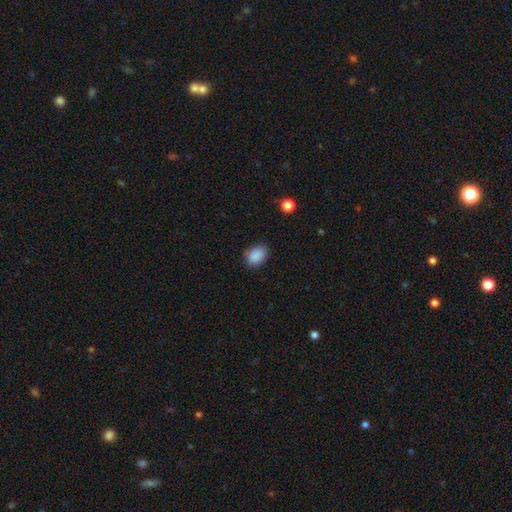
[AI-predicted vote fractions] The model was most divided on "how rounded": in between: 77%, round: 22%, cigar-shaped: 1%. More confident: smooth or featured — smooth (88%); merging — none (80%).